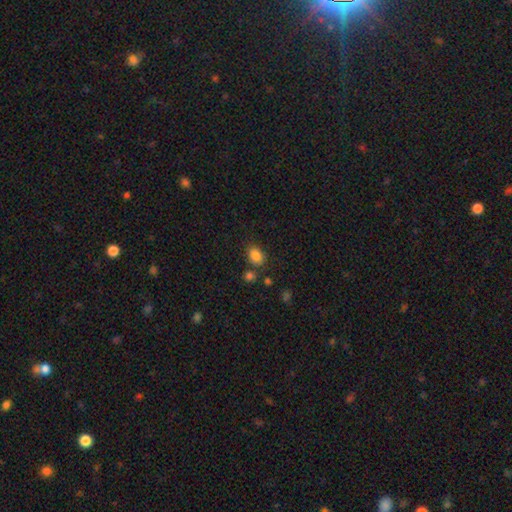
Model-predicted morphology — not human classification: Smooth or featured? smooth (84%)
How rounded? in between (65%)
Merging? none (76%)